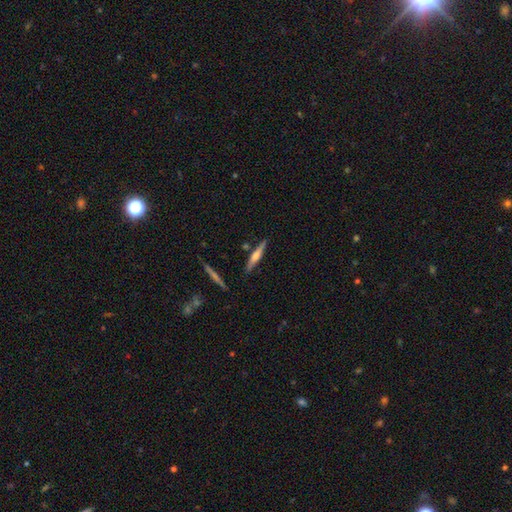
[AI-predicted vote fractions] The model was most divided on "smooth or featured": featured or disk: 52%, smooth: 42%, star or artifact: 6%. More confident: edge-on disk — yes (96%); merging — none (83%); edge-on bulge — rounded (73%).